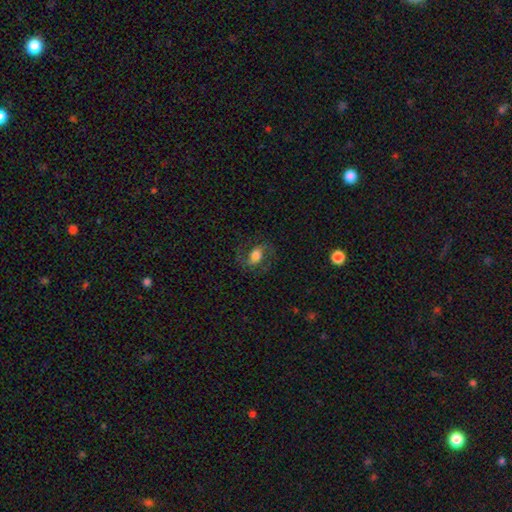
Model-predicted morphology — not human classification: The model was most divided on "smooth or featured": featured or disk: 49%, smooth: 41%, star or artifact: 10%. More confident: merging — none (70%).